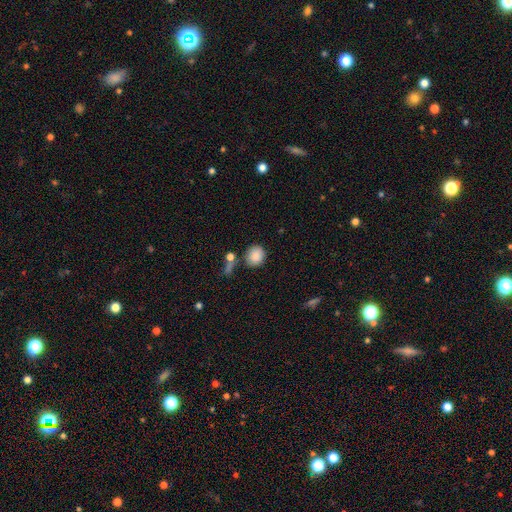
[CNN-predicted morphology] Smooth or featured? smooth (86%)
How rounded? round (74%)
Merging? none (74%)